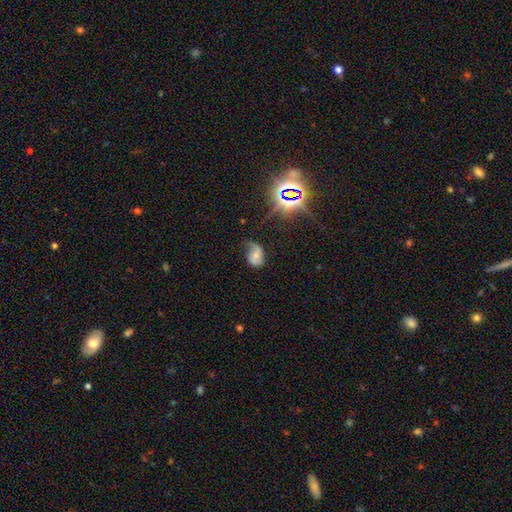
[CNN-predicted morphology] This appears to be a featured or disk galaxy (53%) with no bar (63%), spiral arms (84%) and a small central bulge (47%). Merging: none (44%).